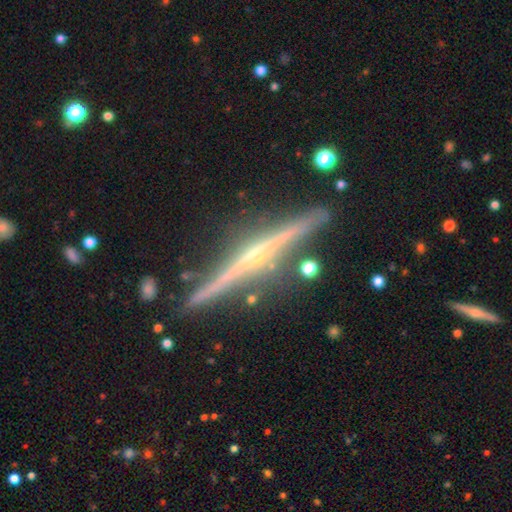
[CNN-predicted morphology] This appears to be a featured or disk galaxy (87%) viewed edge-on (98%) with a rounded central bulge (62%). Merging: none (87%).